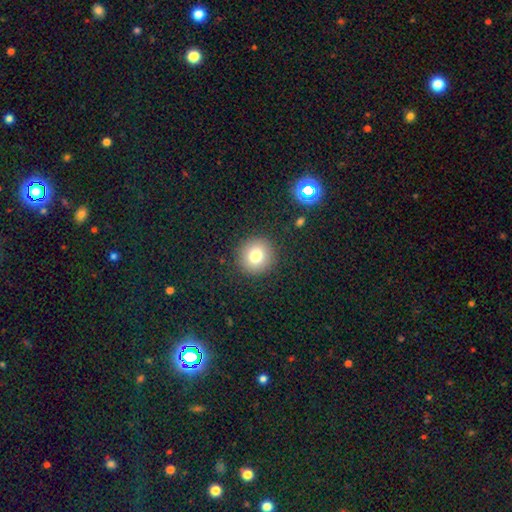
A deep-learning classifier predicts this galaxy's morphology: The model was most divided on "smooth or featured": smooth: 78%, star or artifact: 13%, featured or disk: 10%. More confident: how rounded — round (94%); merging — none (91%).